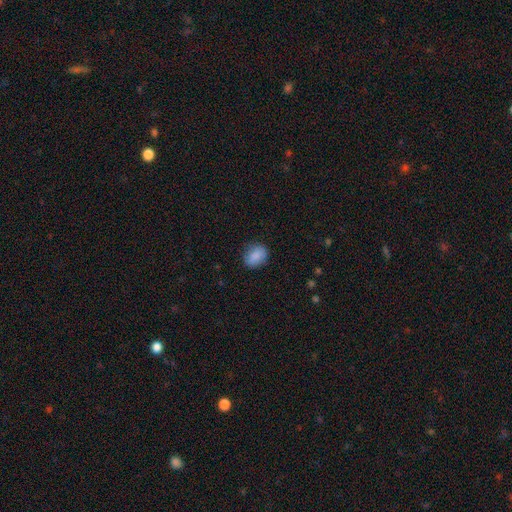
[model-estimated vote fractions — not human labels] A smooth galaxy with no disk features (87%) that is in between round and cigar-shaped (62%).

Vote fractions:
- Smooth or featured? smooth: 87% / star or artifact: 7% / featured or disk: 6%
- How rounded? in between: 62% / round: 36% / cigar-shaped: 1%
- Merging? none: 81% / minor disturbance: 14% / major disturbance: 4% / merger: 1%